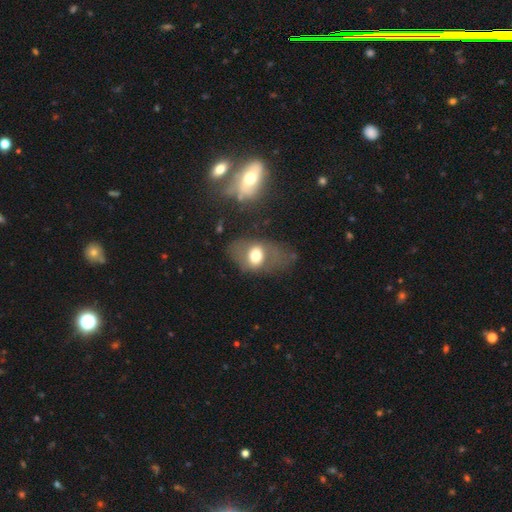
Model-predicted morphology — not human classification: smooth_or_featured: smooth (p=0.55) [alt: featured or disk p=0.35]
how_rounded: in between (p=0.75) [alt: round p=0.23]
merging: none (p=0.48) [alt: major disturbance p=0.25]